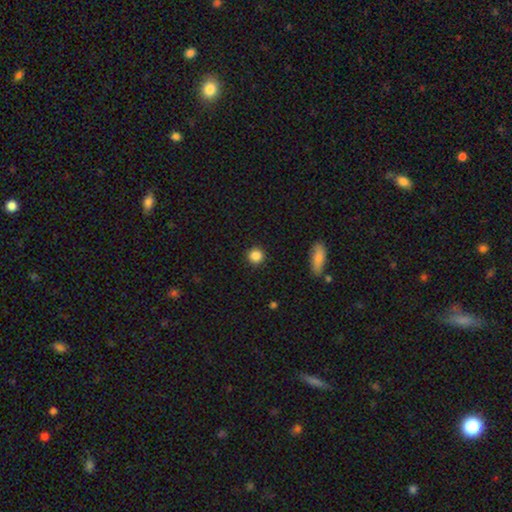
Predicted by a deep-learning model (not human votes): Smooth or featured? Predicted: smooth (p=0.86). How rounded? Predicted: round (p=0.92). Merging? Predicted: none (p=0.91).